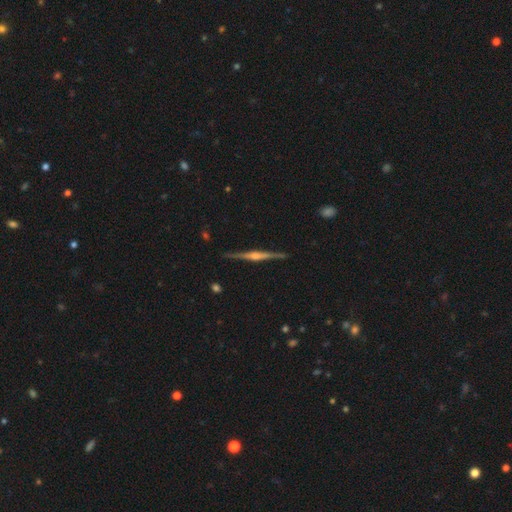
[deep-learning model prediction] smooth-or-featured: featured or disk: 86% | smooth: 8% | star or artifact: 5%
  disk-edge-on: yes: 99% | no: 1%
    edge-on-bulge: rounded: 79% | boxy: 13% | none: 7%
  merging: none: 92% | minor disturbance: 6% | major disturbance: 1% | merger: 1%